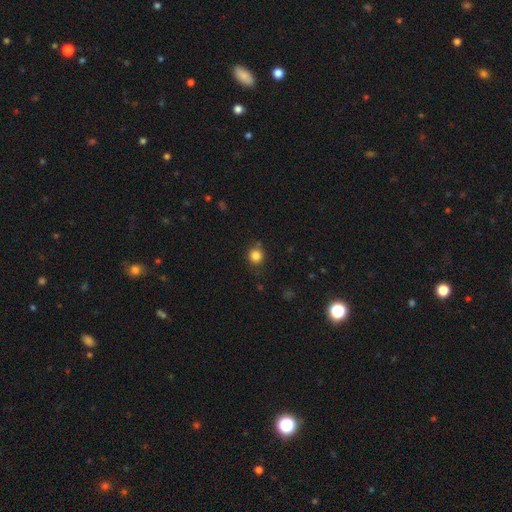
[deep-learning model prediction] Q: Smooth or featured?
A: smooth (84%); runner-up: star or artifact (12%)
Q: How rounded?
A: round (89%); runner-up: in between (10%)
Q: Merging?
A: none (78%); runner-up: minor disturbance (14%)